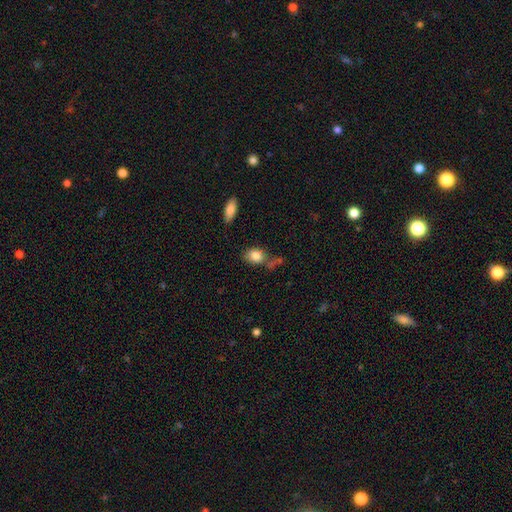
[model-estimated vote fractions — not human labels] Smooth or featured? Predicted: smooth (p=0.84). How rounded? Predicted: in between (p=0.68). Merging? Predicted: none (p=0.53).